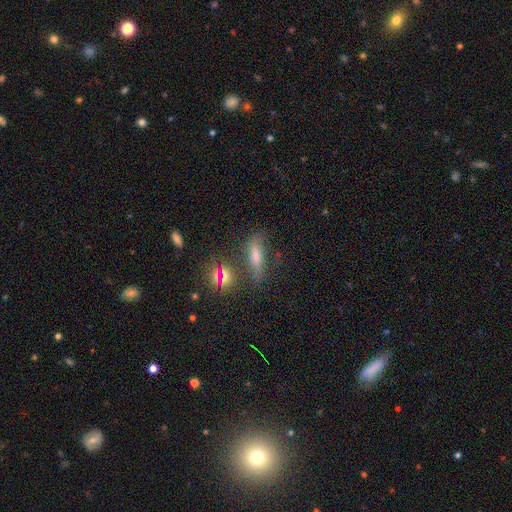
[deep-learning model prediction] Morphology: type=smooth (49%); merging=none (63%).